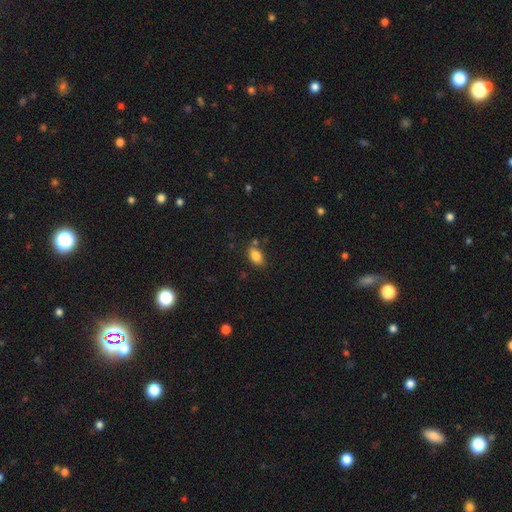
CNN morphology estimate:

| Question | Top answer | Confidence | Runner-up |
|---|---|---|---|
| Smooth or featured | smooth | 84% | star or artifact (9%) |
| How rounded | in between | 88% | round (9%) |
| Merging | none | 72% | minor disturbance (16%) |